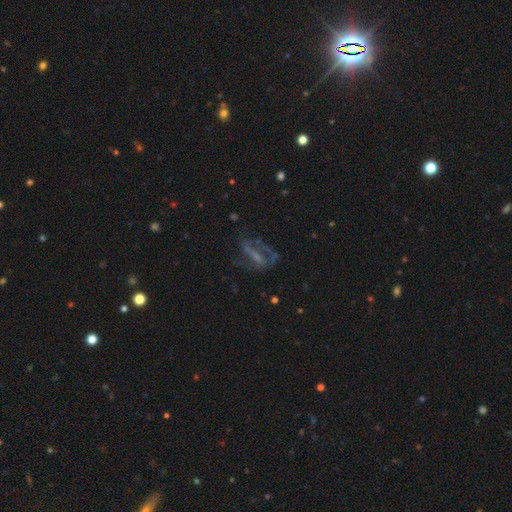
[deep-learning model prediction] A featured or disk galaxy (62%) with a strong bar (38%), spiral arms (54%) and no central bulge (46%).

Vote fractions:
- Smooth or featured? featured or disk: 62% / smooth: 22% / star or artifact: 15%
- Edge-on disk? no: 87% / yes: 13%
- Bar? strong: 38% / no: 33% / weak: 29%
- Spiral arms? yes: 54% / no: 46%
- Bulge size? none: 46% / small: 31% / moderate: 17% / large: 4% / dominant: 2%
- Merging? none: 42% / major disturbance: 37% / minor disturbance: 18% / merger: 4%